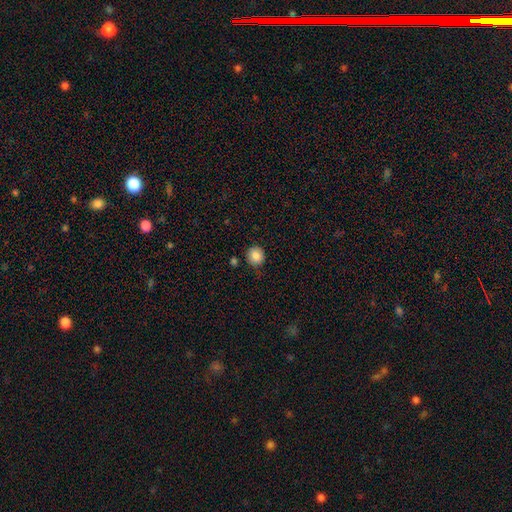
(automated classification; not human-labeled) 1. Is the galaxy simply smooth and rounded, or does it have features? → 85% smooth, 9% star or artifact, 6% featured or disk.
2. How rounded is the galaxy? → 90% round, 9% in between, 1% cigar-shaped.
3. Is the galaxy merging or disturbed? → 83% none, 12% minor disturbance, 3% merger, 3% major disturbance.